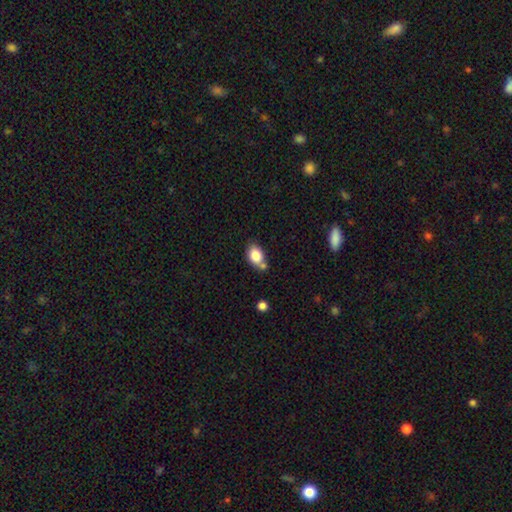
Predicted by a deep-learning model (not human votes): Morphology: type=smooth (82%); roundness=in between (79%); merging=none (57%).